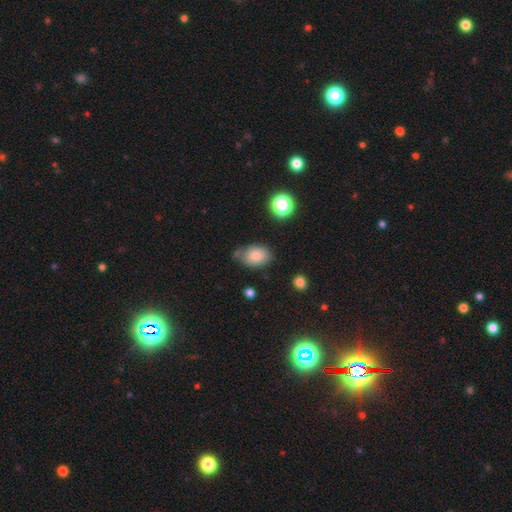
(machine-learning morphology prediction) Smooth or featured: smooth — 81% (featured or disk — 10%)
How rounded: in between — 80% (round — 19%)
Merging: none — 65% (minor disturbance — 22%)